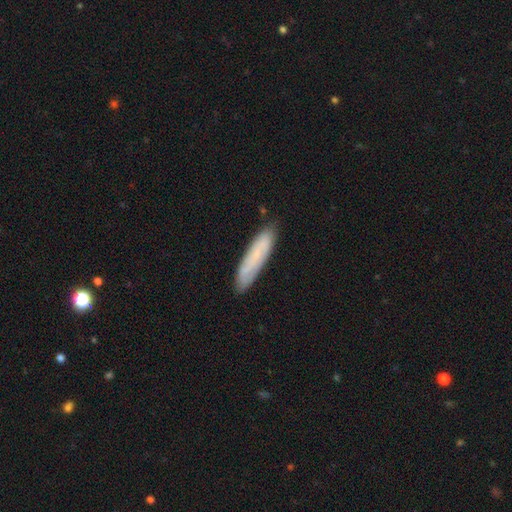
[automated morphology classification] Smooth or featured: smooth — 63% (featured or disk — 29%)
How rounded: cigar-shaped — 79% (in between — 19%)
Merging: none — 83% (minor disturbance — 13%)